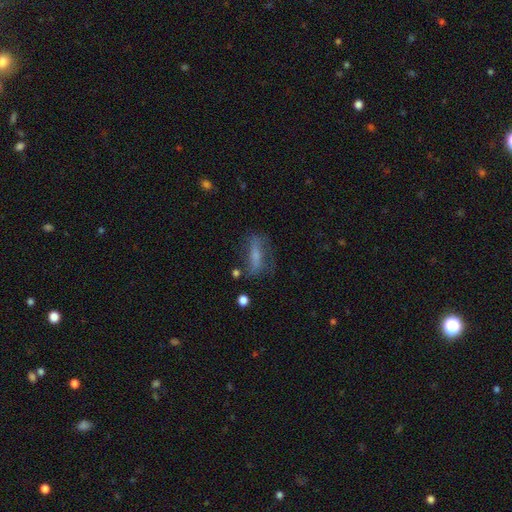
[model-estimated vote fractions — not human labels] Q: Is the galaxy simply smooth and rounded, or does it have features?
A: smooth — 47%.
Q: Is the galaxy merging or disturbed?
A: none — 60%.